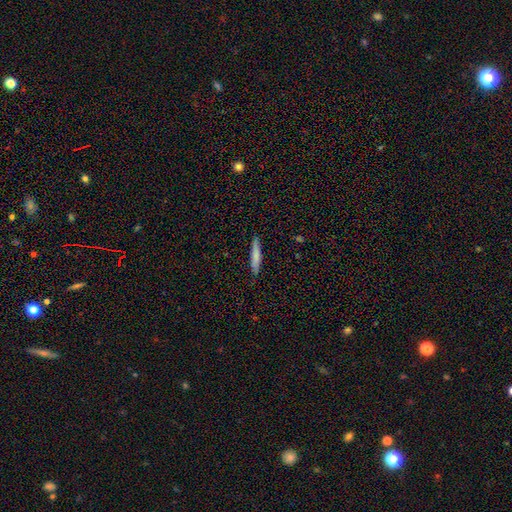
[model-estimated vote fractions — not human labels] smooth-or-featured: smooth: 74% | featured or disk: 21% | star or artifact: 6%
  how-rounded: cigar-shaped: 91% | in between: 7% | round: 1%
  merging: none: 88% | minor disturbance: 9% | major disturbance: 2% | merger: 1%